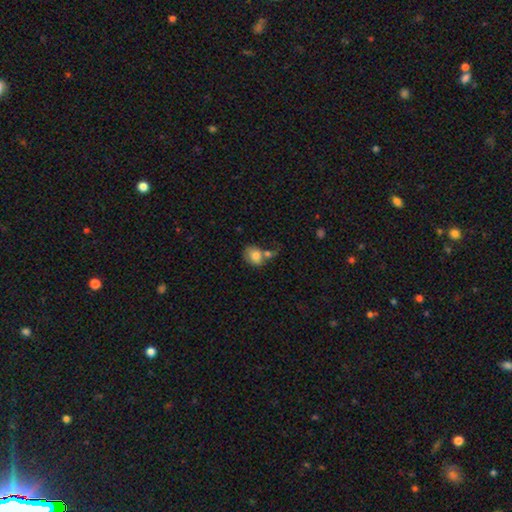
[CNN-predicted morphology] smooth_or_featured: smooth (p=0.75) [alt: featured or disk p=0.17]
how_rounded: round (p=0.54) [alt: in between p=0.44]
merging: merger (p=0.47) [alt: none p=0.28]